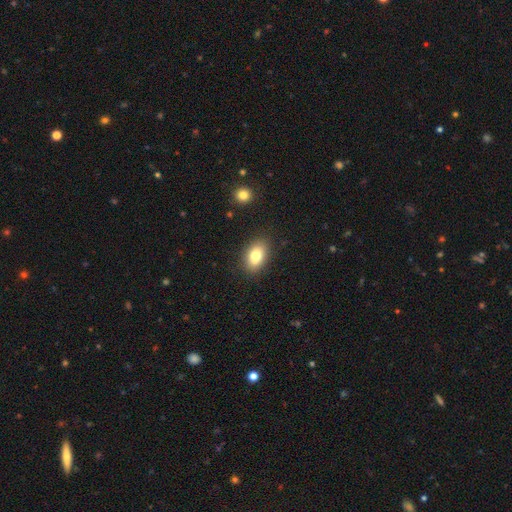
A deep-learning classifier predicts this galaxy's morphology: A smooth galaxy with no disk features (79%) that is in between round and cigar-shaped (85%). Merging: none (84%).